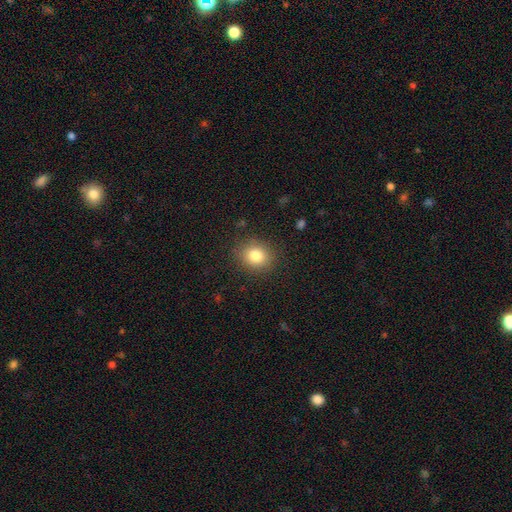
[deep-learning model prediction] smooth 82%, star or artifact 11%, featured or disk 8%. Down the decision tree: how rounded — round (72%); merging — none (87%).